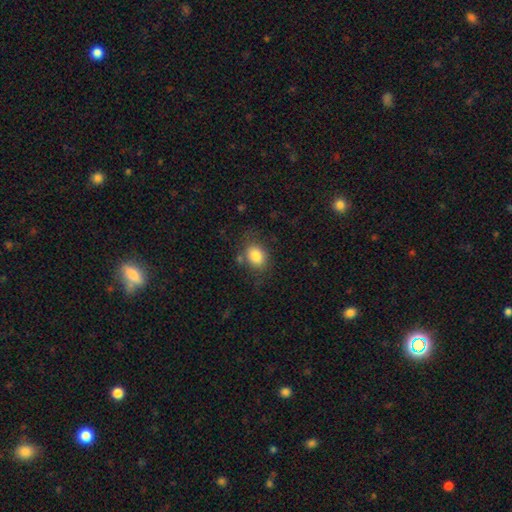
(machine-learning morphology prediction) This is clearly a smooth galaxy (82%). How rounded: likely in between (65%). Merging: likely none (70%).